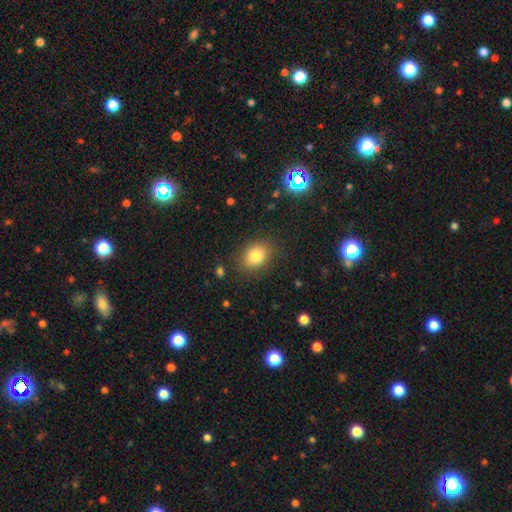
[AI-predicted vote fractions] Smooth or featured? smooth (83%)
How rounded? in between (62%)
Merging? none (84%)